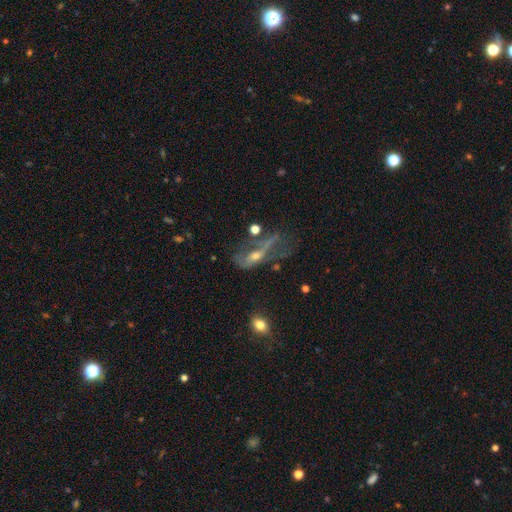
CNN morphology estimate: Overall: featured or disk (61%; smooth 24%). Edge-on disk: no (71%). Merging: major disturbance (46%; none 25%).